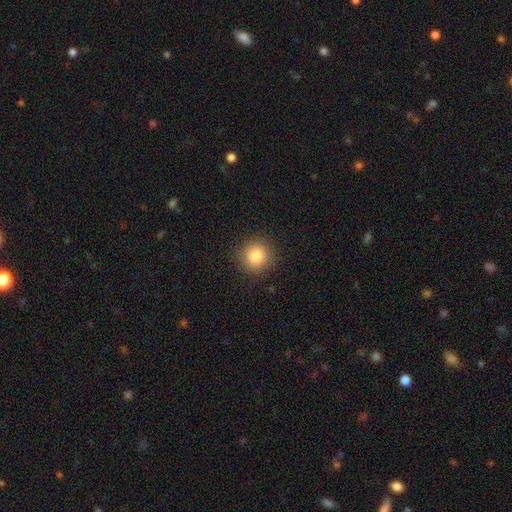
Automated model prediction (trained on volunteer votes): Morphology: type=smooth (85%); roundness=round (92%); merging=none (90%).